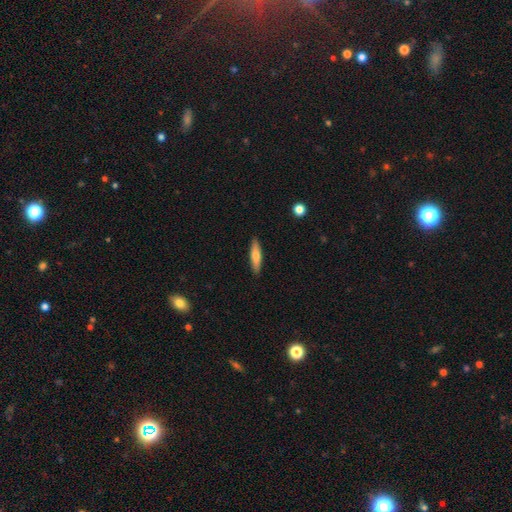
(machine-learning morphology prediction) type=smooth (70%); roundness=cigar-shaped (77%); merging=none (90%).